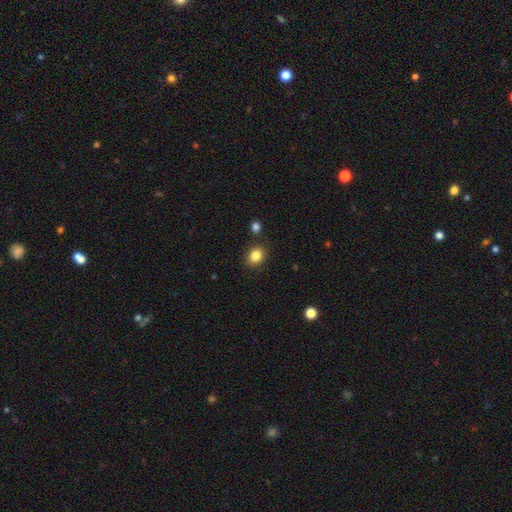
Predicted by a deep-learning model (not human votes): A smooth galaxy with no disk features (85%) that is in between round and cigar-shaped (61%). Merging: none (85%).